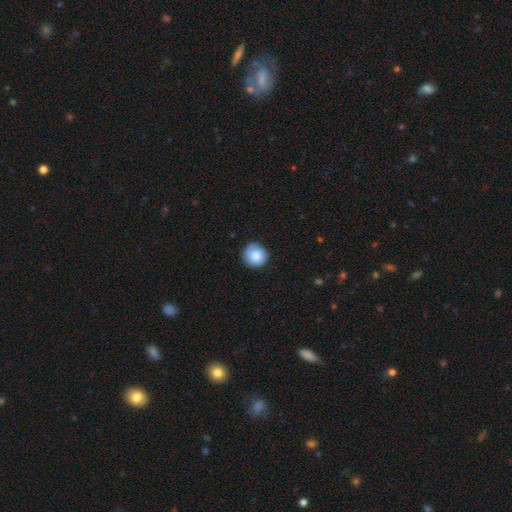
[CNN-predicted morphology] Smooth or featured? Predicted: smooth (p=0.80). How rounded? Predicted: round (p=0.92). Merging? Predicted: none (p=0.80).